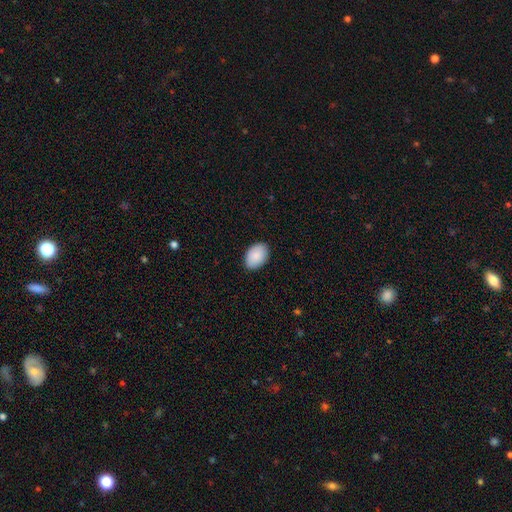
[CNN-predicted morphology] type=smooth (90%); roundness=in between (88%); merging=none (89%).